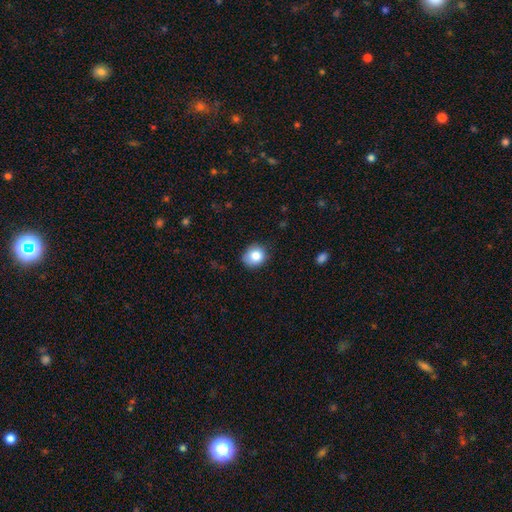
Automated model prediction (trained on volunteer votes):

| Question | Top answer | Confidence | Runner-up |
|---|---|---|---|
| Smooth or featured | smooth | 83% | star or artifact (10%) |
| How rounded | round | 77% | in between (22%) |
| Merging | none | 79% | minor disturbance (17%) |